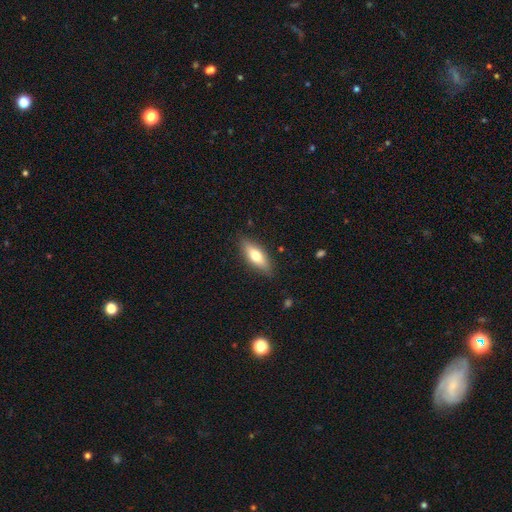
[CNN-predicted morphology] smooth_or_featured: smooth (p=0.67) [alt: featured or disk p=0.27]
how_rounded: in between (p=0.63) [alt: cigar-shaped p=0.35]
merging: none (p=0.86) [alt: minor disturbance p=0.11]